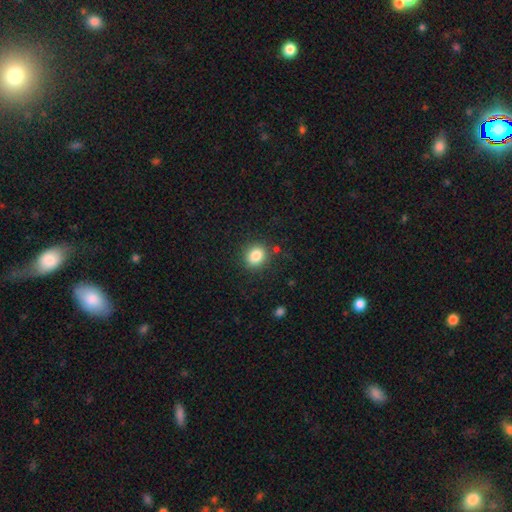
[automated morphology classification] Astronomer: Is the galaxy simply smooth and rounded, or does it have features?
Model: smooth — 84%.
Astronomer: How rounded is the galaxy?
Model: round — 66%.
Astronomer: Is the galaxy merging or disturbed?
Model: none — 86%.